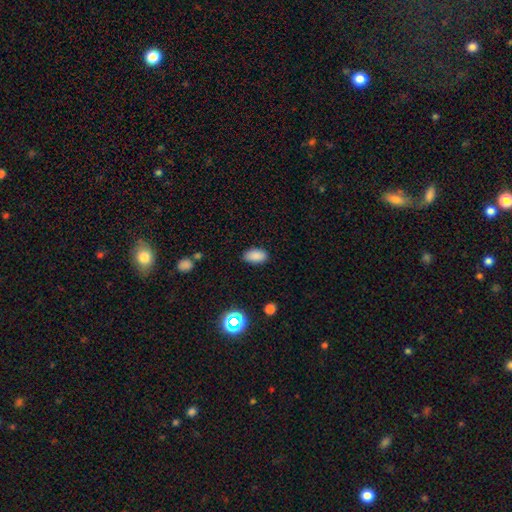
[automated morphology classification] This is clearly a smooth galaxy (86%). How rounded: clearly in between (93%). Merging: clearly none (86%).